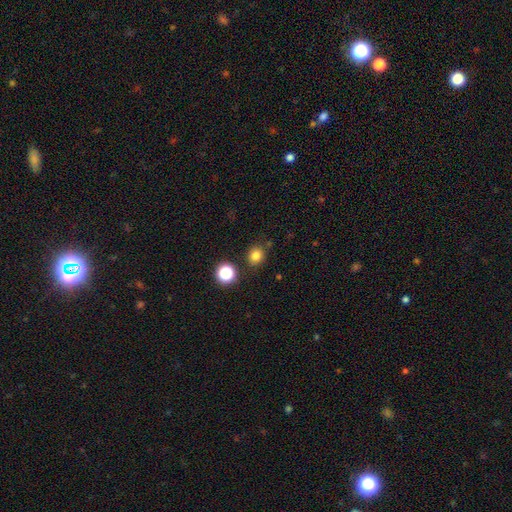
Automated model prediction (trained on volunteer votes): Smooth or featured: smooth — 80% (star or artifact — 15%)
How rounded: round — 80% (in between — 19%)
Merging: none — 82% (minor disturbance — 10%)